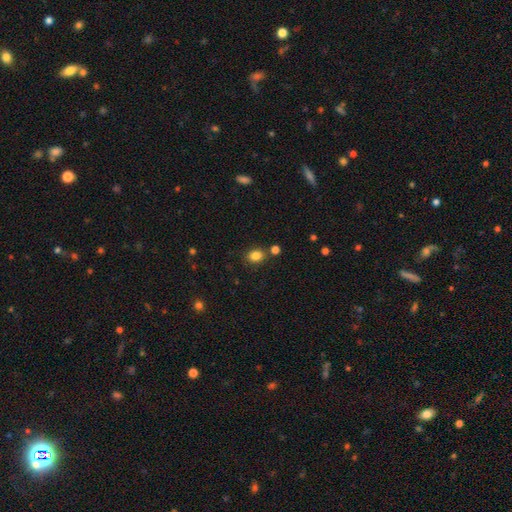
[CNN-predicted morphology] smooth-or-featured: smooth: 84% | star or artifact: 11% | featured or disk: 5%
  how-rounded: in between: 52% | round: 47% | cigar-shaped: 1%
  merging: none: 77% | minor disturbance: 11% | merger: 9% | major disturbance: 3%